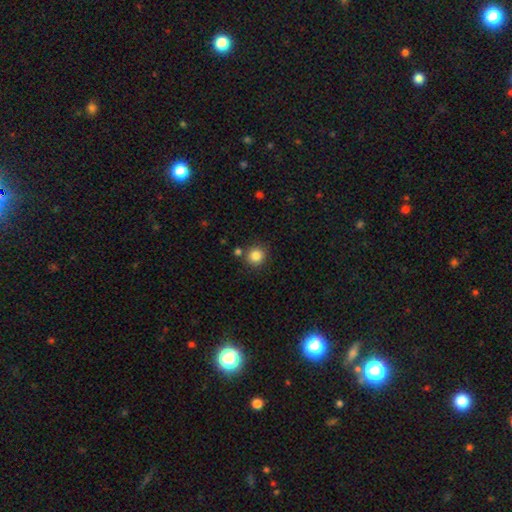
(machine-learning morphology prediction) Smooth or featured: smooth — 85% (star or artifact — 11%)
How rounded: round — 92% (in between — 7%)
Merging: none — 82% (minor disturbance — 8%)